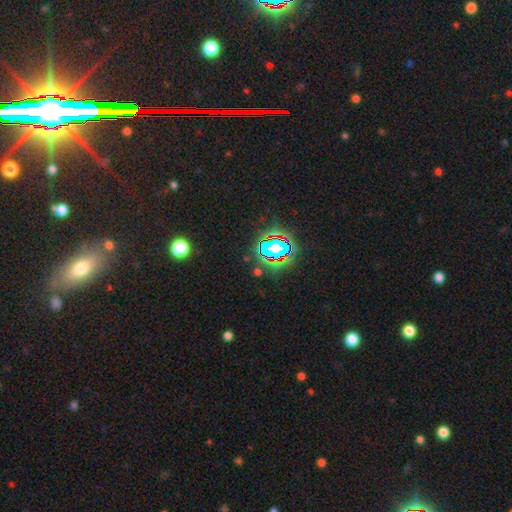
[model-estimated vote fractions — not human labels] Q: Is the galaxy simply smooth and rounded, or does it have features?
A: star or artifact — 79%.